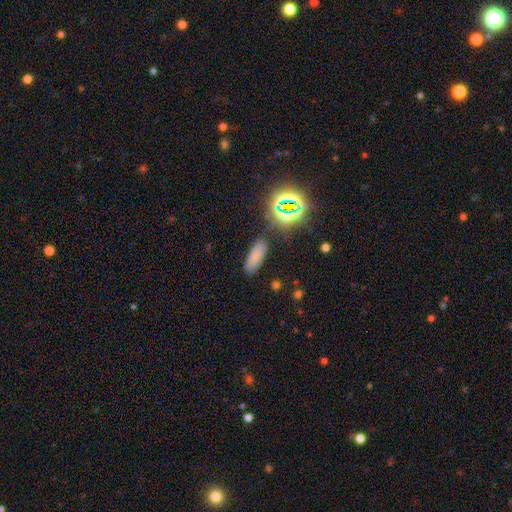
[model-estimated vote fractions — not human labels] Smooth or featured? Predicted: smooth (p=0.68). How rounded? Predicted: in between (p=0.71). Merging? Predicted: none (p=0.79).